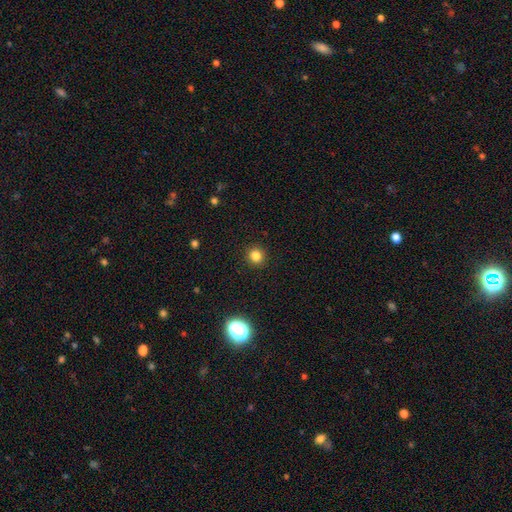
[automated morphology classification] smooth-or-featured: smooth: 82% | star or artifact: 13% | featured or disk: 4%
  how-rounded: round: 91% | in between: 8% | cigar-shaped: 1%
  merging: none: 92% | minor disturbance: 5% | major disturbance: 2% | merger: 1%